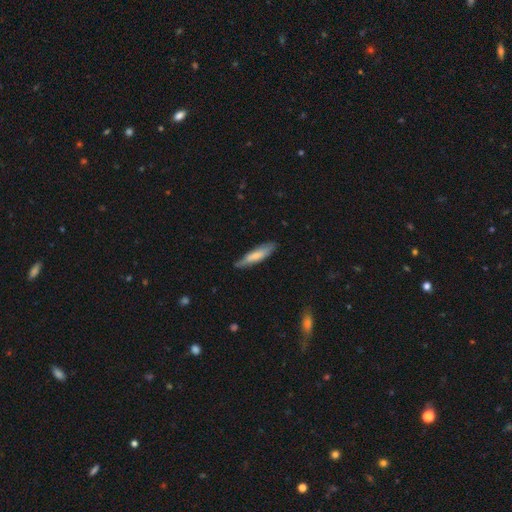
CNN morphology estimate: A smooth galaxy with no disk features (67%) that is cigar-shaped (79%). Merging: none (75%).